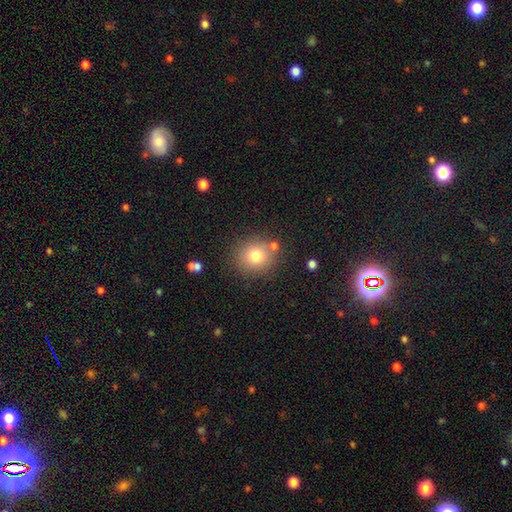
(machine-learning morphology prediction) Q: Smooth or featured?
A: smooth (77%); runner-up: star or artifact (12%)
Q: How rounded?
A: round (85%); runner-up: in between (14%)
Q: Merging?
A: none (79%); runner-up: minor disturbance (10%)